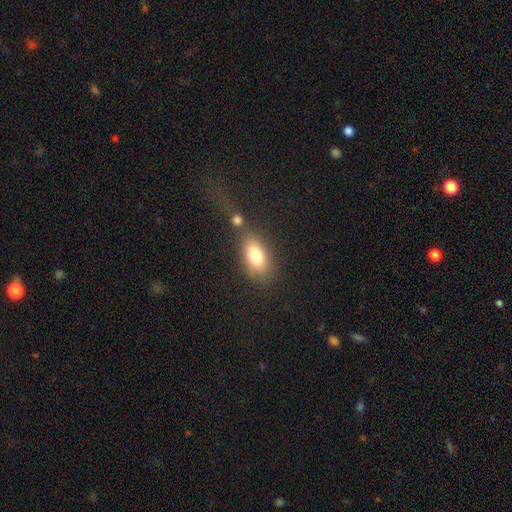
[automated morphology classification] A smooth galaxy with no disk features (77%) that is in between round and cigar-shaped (86%).

Vote fractions:
- Smooth or featured? smooth: 77% / featured or disk: 14% / star or artifact: 9%
- How rounded? in between: 86% / round: 10% / cigar-shaped: 4%
- Merging? none: 60% / merger: 18% / minor disturbance: 15% / major disturbance: 7%